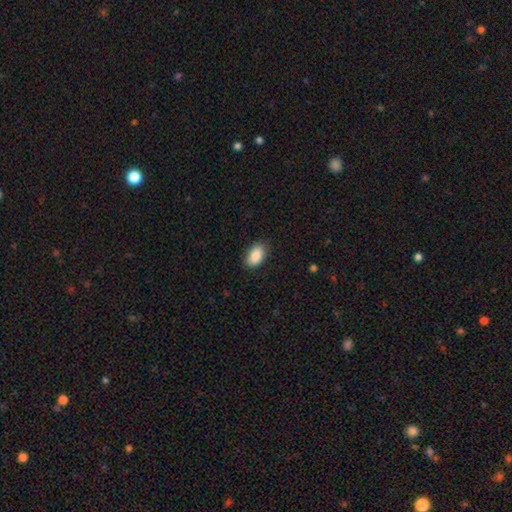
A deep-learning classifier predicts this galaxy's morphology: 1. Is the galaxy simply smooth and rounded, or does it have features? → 89% smooth, 7% star or artifact, 4% featured or disk.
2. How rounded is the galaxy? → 93% in between, 5% round, 2% cigar-shaped.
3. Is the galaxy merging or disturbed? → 83% none, 14% minor disturbance, 3% major disturbance, 1% merger.